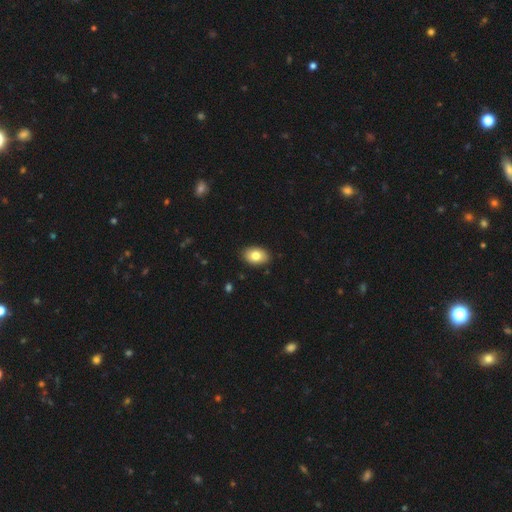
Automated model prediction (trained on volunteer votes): Smooth or featured: smooth — 82% (featured or disk — 11%)
How rounded: in between — 89% (round — 10%)
Merging: none — 89% (minor disturbance — 8%)